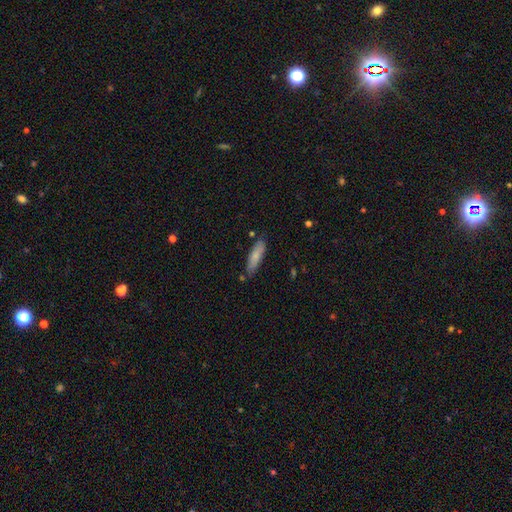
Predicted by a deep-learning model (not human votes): smooth-or-featured: smooth: 78% | featured or disk: 16% | star or artifact: 6%
  how-rounded: cigar-shaped: 64% | in between: 34% | round: 1%
  merging: none: 75% | minor disturbance: 18% | merger: 4% | major disturbance: 3%